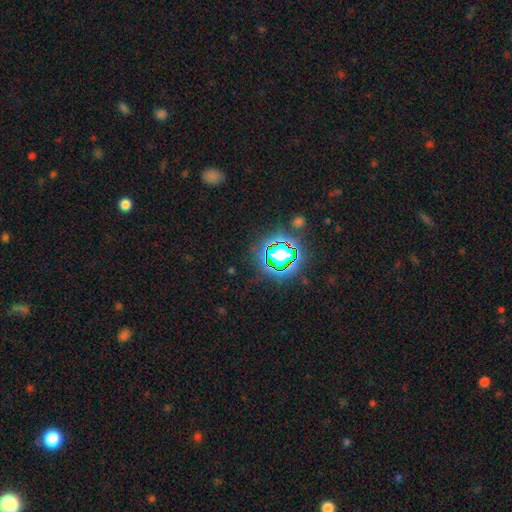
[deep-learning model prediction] smooth-or-featured: star or artifact: 82% | smooth: 11% | featured or disk: 6%